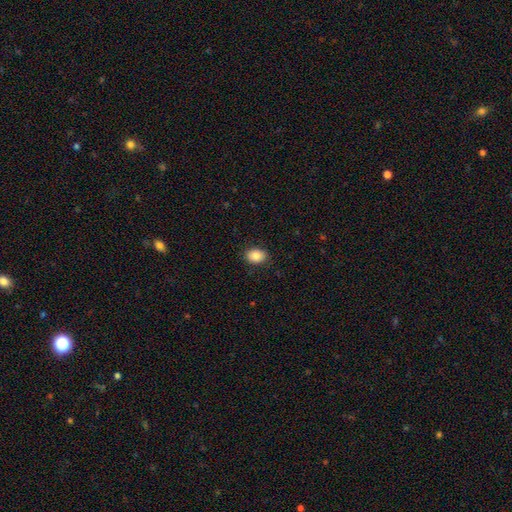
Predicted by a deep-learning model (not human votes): A smooth galaxy with no disk features (85%) that is in between round and cigar-shaped (68%).

Vote fractions:
- Smooth or featured? smooth: 85% / star or artifact: 8% / featured or disk: 6%
- How rounded? in between: 68% / round: 31% / cigar-shaped: 1%
- Merging? none: 88% / minor disturbance: 9% / major disturbance: 2% / merger: 1%